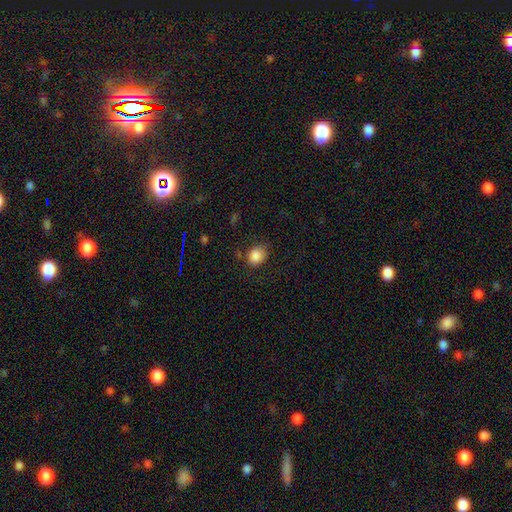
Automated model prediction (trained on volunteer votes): smooth 85%, star or artifact 10%, featured or disk 5%. Down the decision tree: how rounded — round (54%); merging — none (72%).